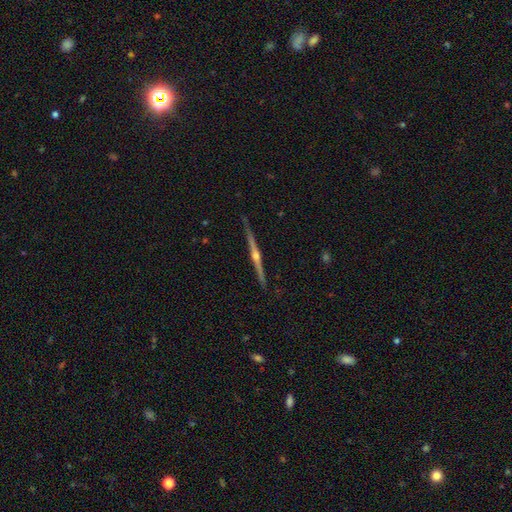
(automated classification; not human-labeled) Q: Smooth or featured?
A: featured or disk (88%); runner-up: smooth (7%)
Q: Edge-on disk?
A: yes (99%); runner-up: no (1%)
Q: Edge-on bulge?
A: rounded (93%); runner-up: none (4%)
Q: Merging?
A: none (91%); runner-up: minor disturbance (7%)